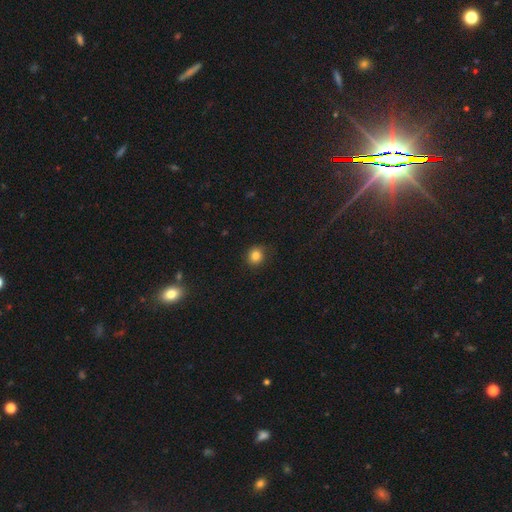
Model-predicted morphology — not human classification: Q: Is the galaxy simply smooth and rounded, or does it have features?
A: smooth — 83%.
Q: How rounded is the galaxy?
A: round — 85%.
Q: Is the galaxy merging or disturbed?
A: none — 87%.